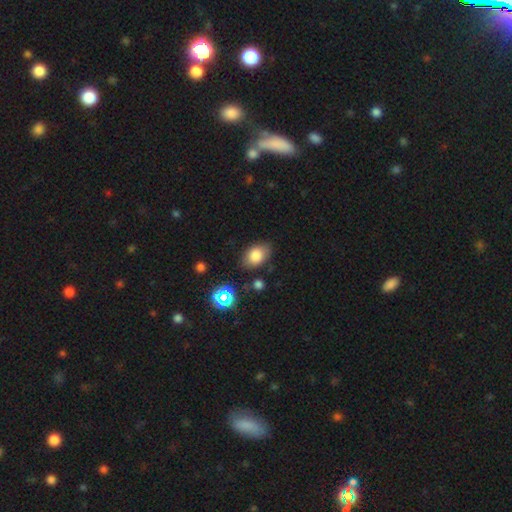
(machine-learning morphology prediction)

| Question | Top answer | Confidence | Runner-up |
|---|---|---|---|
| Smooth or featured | smooth | 80% | star or artifact (11%) |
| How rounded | in between | 83% | round (16%) |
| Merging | none | 78% | minor disturbance (15%) |